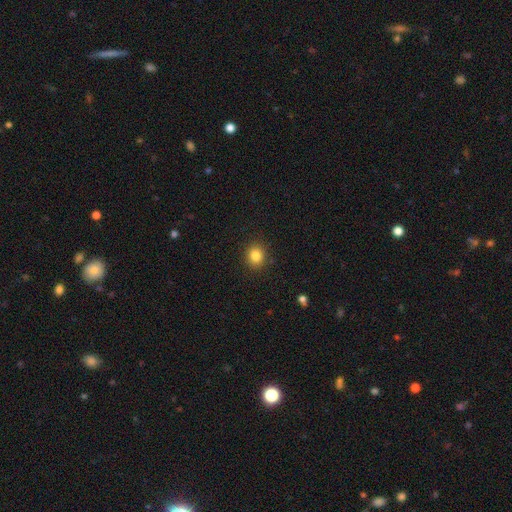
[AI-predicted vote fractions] This appears to be a smooth galaxy with no disk features (84%) that is round (80%). Merging: none (90%).